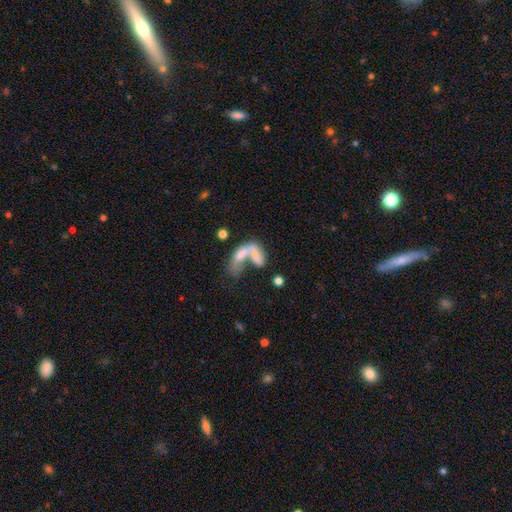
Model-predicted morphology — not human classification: Q: Smooth or featured?
A: smooth (60%); runner-up: featured or disk (30%)
Q: How rounded?
A: in between (65%); runner-up: cigar-shaped (30%)
Q: Merging?
A: merger (63%); runner-up: major disturbance (16%)